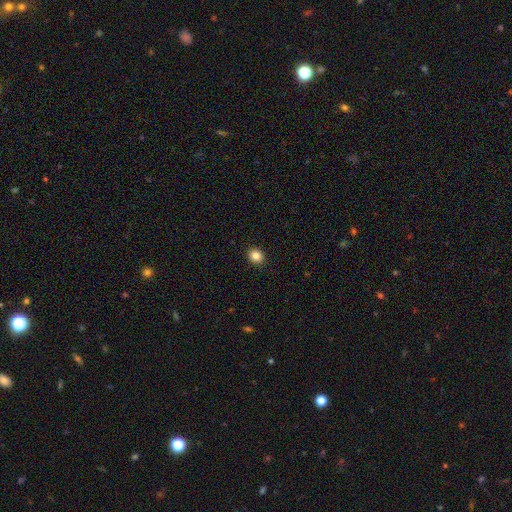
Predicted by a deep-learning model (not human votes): The model was most divided on "how rounded": round: 75%, in between: 24%, cigar-shaped: 1%. More confident: merging — none (92%); smooth or featured — smooth (85%).